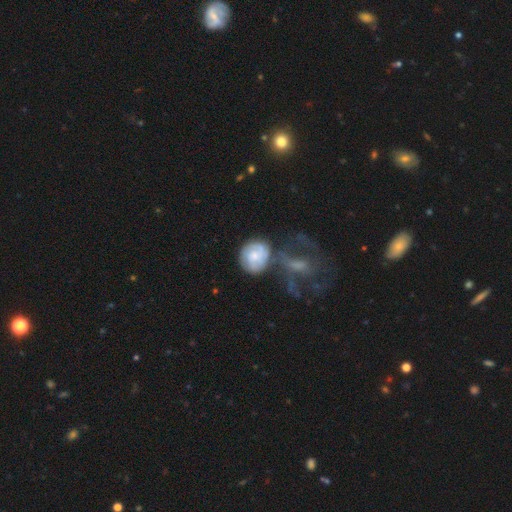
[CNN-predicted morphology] A featured or disk galaxy (59%) with no bar (71%), spiral arms (83%) and a small central bulge (49%). Merging: none (46%).